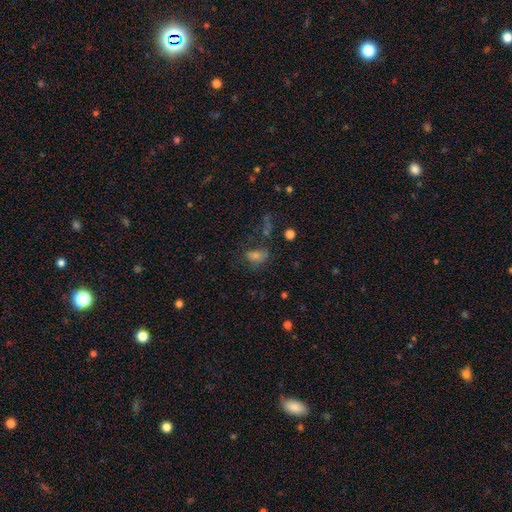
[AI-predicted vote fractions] Overall: smooth (51%; star or artifact 30%). How rounded: in between (69%). Merging: none (57%; minor disturbance 19%).